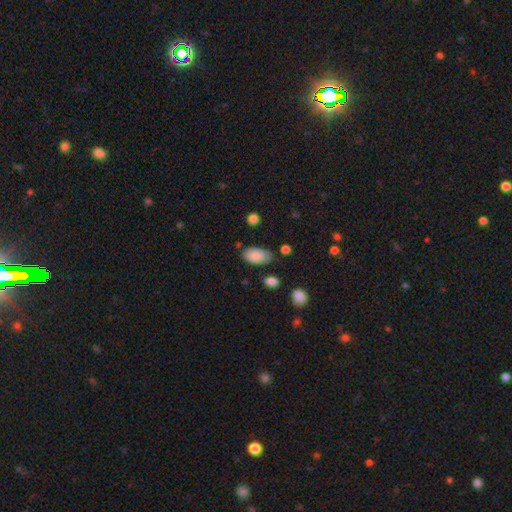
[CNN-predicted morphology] type=smooth (86%); roundness=in between (94%); merging=none (72%).